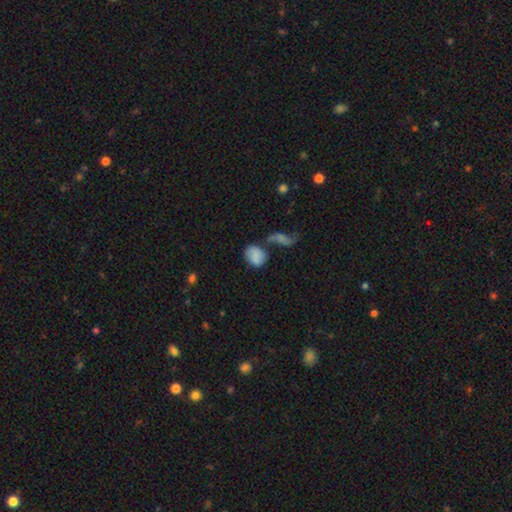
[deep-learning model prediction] smooth-or-featured: smooth: 76% | featured or disk: 15% | star or artifact: 9%
  how-rounded: in between: 55% | round: 43% | cigar-shaped: 2%
  merging: none: 41% | merger: 28% | minor disturbance: 20% | major disturbance: 12%